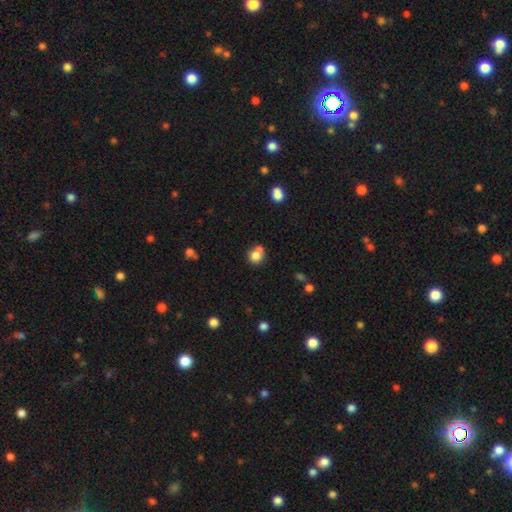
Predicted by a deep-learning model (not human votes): Morphology: type=smooth (79%); roundness=round (83%); merging=none (49%).